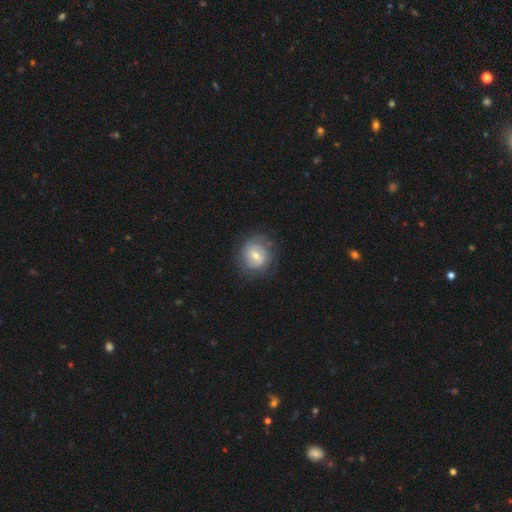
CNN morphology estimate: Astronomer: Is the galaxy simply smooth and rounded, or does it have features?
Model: featured or disk — 60%.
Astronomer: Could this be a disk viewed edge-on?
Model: no — 97%.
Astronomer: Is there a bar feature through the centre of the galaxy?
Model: weak — 53% (runner-up: no, 33%).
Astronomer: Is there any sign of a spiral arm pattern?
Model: yes — 80%.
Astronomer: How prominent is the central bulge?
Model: moderate — 51% (runner-up: small, 44%).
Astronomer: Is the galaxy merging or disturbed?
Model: none — 74%.